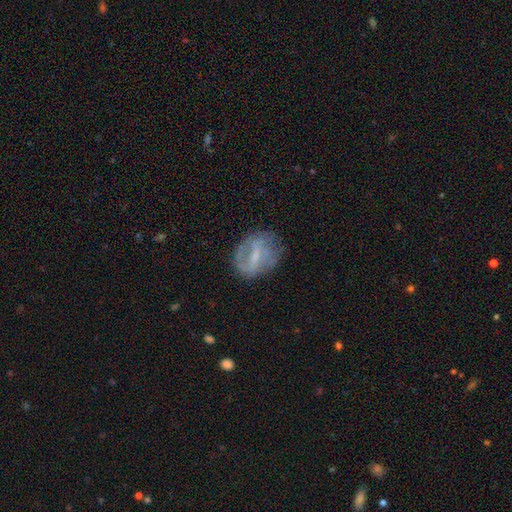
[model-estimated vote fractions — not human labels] Smooth or featured?
  - featured or disk: 63% *
  - smooth: 28%
  - star or artifact: 9%
Edge-on disk?
  - no: 94% *
  - yes: 6%
Bar?
  - weak: 44% *
  - strong: 40%
  - no: 16%
Spiral arms?
  - yes: 55% *
  - no: 45%
Bulge size?
  - small: 48% *
  - moderate: 26%
  - none: 23%
  - large: 2%
  - dominant: 1%
Merging?
  - none: 63% *
  - minor disturbance: 21%
  - major disturbance: 13%
  - merger: 2%